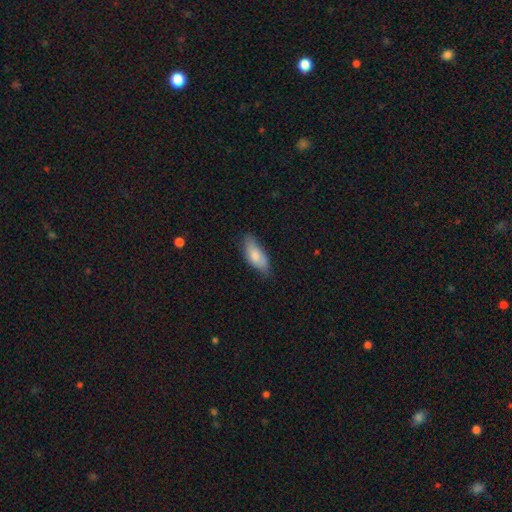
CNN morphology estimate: smooth_or_featured: smooth (p=0.79) [alt: featured or disk p=0.15]
how_rounded: in between (p=0.80) [alt: cigar-shaped p=0.18]
merging: none (p=0.64) [alt: minor disturbance p=0.29]